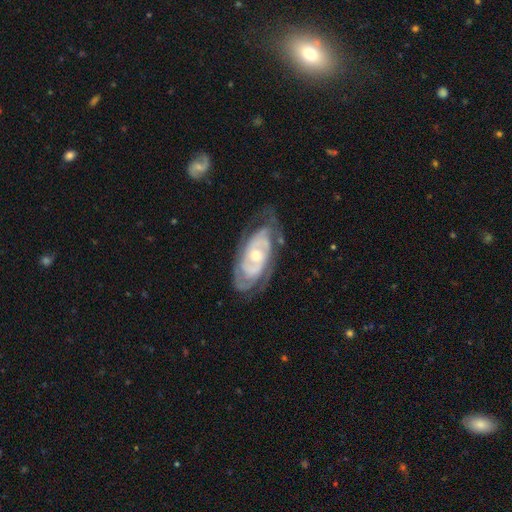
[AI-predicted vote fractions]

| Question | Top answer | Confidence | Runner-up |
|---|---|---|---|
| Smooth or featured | featured or disk | 87% | smooth (8%) |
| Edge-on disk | no | 94% | yes (6%) |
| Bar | no | 67% | weak (26%) |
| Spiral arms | yes | 95% | no (5%) |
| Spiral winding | tight | 70% | medium (25%) |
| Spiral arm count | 2 | 44% | can't tell (28%) |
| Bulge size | moderate | 52% | small (42%) |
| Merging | none | 68% | minor disturbance (21%) |